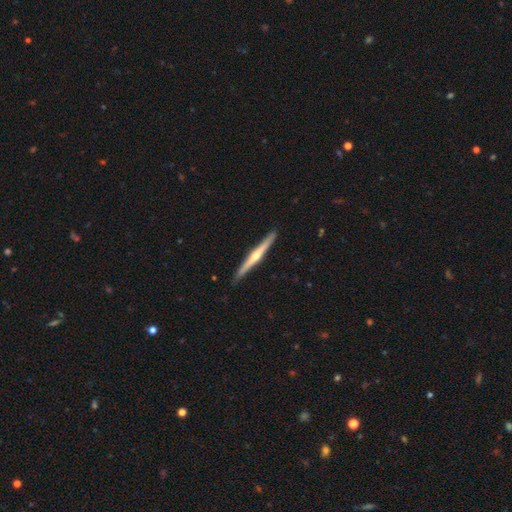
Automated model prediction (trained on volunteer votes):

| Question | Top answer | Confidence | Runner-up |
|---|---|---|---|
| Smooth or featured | featured or disk | 73% | smooth (23%) |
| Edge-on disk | yes | 98% | no (2%) |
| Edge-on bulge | rounded | 85% | none (12%) |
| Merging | none | 91% | minor disturbance (7%) |